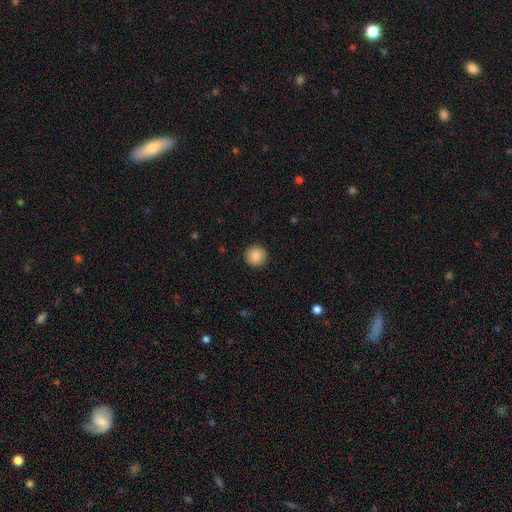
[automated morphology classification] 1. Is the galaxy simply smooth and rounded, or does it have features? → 86% smooth, 8% star or artifact, 5% featured or disk.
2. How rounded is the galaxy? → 93% round, 6% in between, 1% cigar-shaped.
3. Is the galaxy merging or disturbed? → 92% none, 5% minor disturbance, 2% major disturbance, 1% merger.